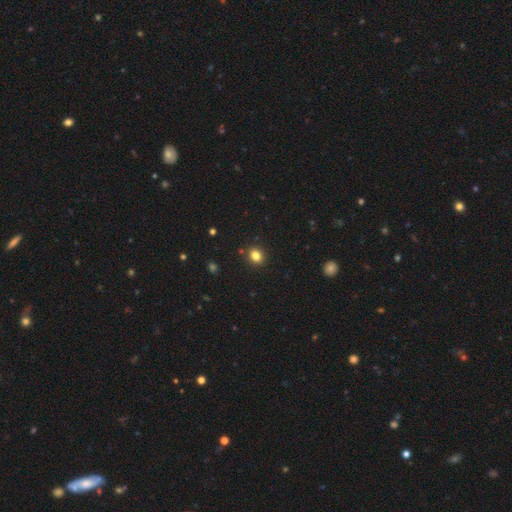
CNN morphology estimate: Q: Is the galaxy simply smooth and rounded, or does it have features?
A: smooth — 82%.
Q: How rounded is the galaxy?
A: round — 70%.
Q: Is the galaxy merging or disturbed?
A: none — 90%.